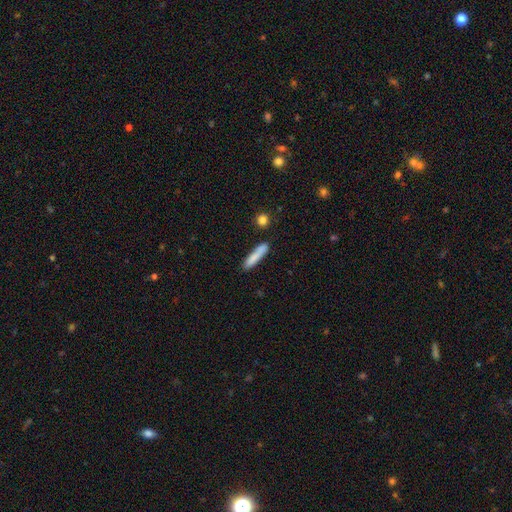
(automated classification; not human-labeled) This is clearly a smooth galaxy (82%). How rounded: clearly cigar-shaped (88%). Merging: clearly none (81%).